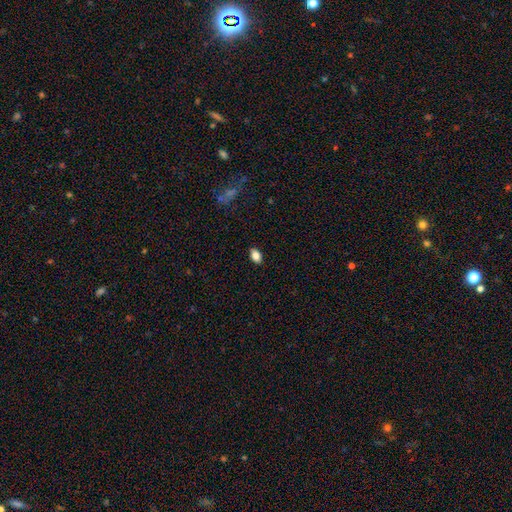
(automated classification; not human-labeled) This appears to be a smooth galaxy with no disk features (83%) that is in between round and cigar-shaped (89%). Merging: none (88%).